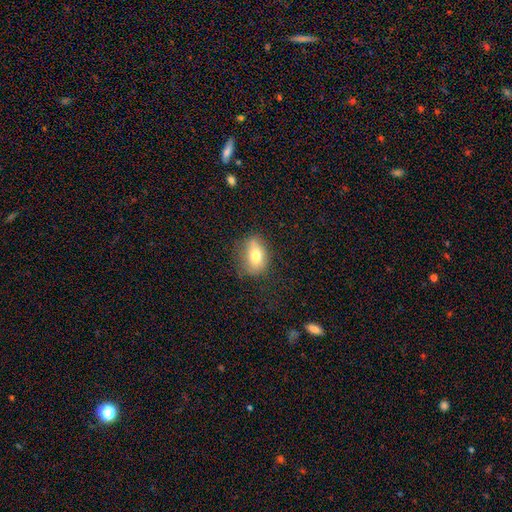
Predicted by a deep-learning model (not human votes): This is likely a smooth galaxy (73%). How rounded: likely in between (78%). Merging: likely none (65%).